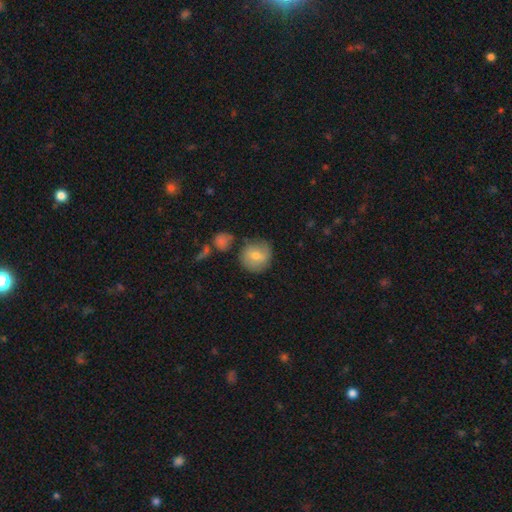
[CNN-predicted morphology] smooth_or_featured: smooth (p=0.69) [alt: featured or disk p=0.22]
how_rounded: round (p=0.88) [alt: in between p=0.11]
merging: none (p=0.72) [alt: minor disturbance p=0.16]